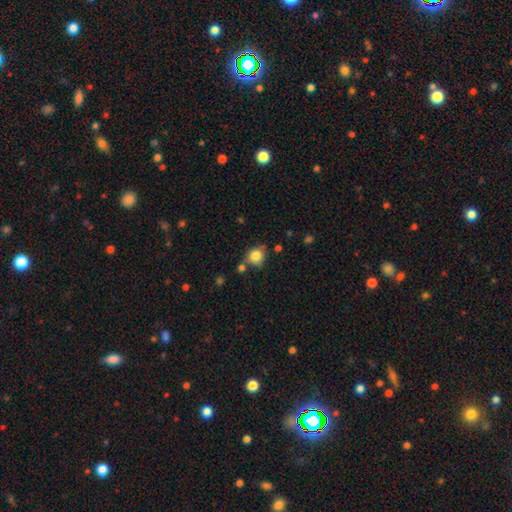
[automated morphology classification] Smooth or featured? smooth (83%)
How rounded? round (79%)
Merging? none (67%)